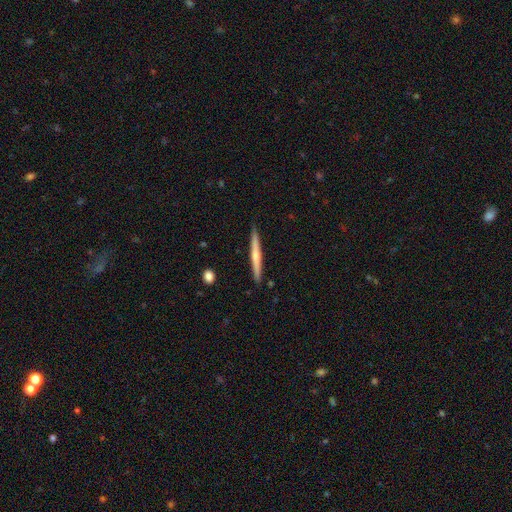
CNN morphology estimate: The model was most divided on "smooth or featured": featured or disk: 54%, smooth: 41%, star or artifact: 5%. More confident: edge-on disk — yes (97%); merging — none (91%); edge-on bulge — rounded (60%).